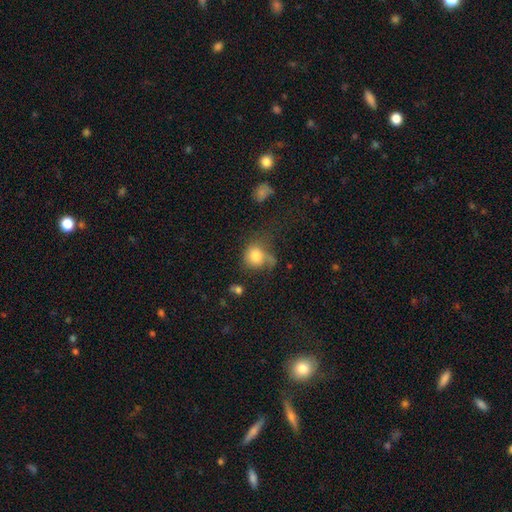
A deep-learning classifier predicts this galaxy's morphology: The model was most divided on "merging": none: 38%, major disturbance: 27%, minor disturbance: 26%, merger: 9%. More confident: smooth or featured — smooth (77%); how rounded — round (72%).